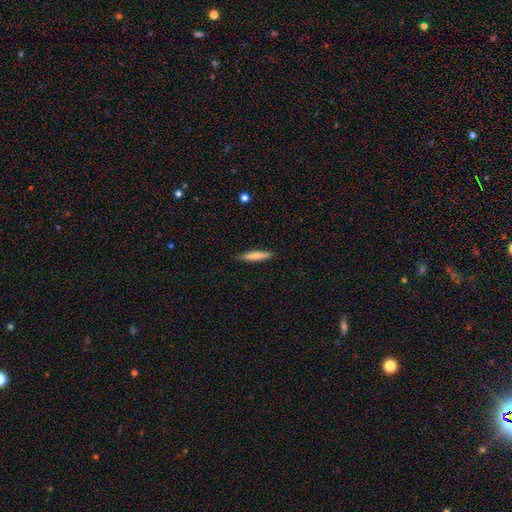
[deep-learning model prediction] Morphology: type=smooth (75%); roundness=cigar-shaped (89%); merging=none (88%).